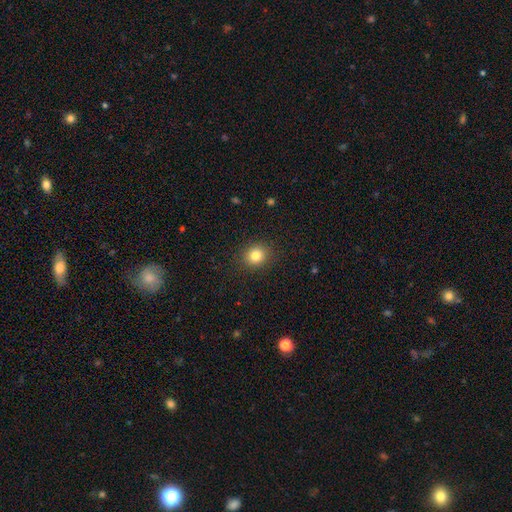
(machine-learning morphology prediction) type=smooth (82%); roundness=round (81%); merging=none (89%).